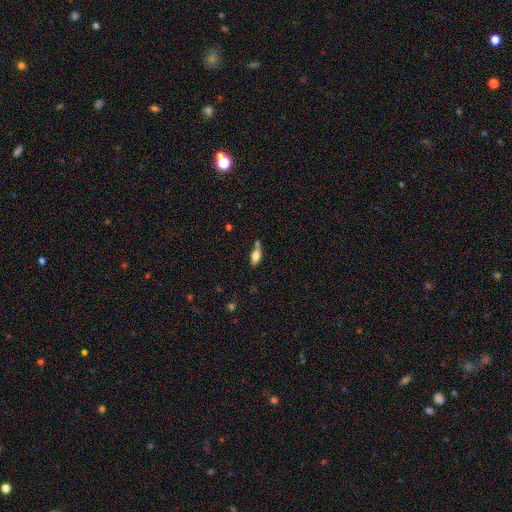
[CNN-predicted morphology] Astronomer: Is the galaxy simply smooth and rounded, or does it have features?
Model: smooth — 66%.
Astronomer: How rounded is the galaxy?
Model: in between — 76%.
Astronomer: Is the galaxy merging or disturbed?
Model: none — 59%.